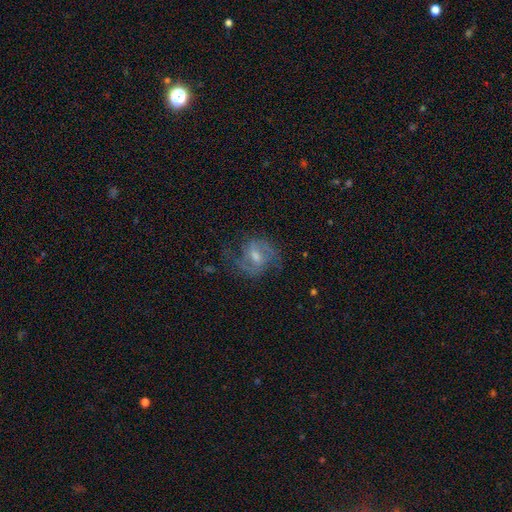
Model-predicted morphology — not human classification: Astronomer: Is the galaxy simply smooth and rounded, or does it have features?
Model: featured or disk — 79%.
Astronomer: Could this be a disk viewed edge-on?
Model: no — 97%.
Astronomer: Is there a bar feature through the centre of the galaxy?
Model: weak — 55%.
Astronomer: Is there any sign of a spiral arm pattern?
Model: yes — 94%.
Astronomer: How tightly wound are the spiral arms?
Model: medium — 55%.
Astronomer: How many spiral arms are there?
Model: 2 — 83%.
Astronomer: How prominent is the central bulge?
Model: moderate — 51% (runner-up: small, 35%).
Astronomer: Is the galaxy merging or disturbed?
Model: none — 70%.